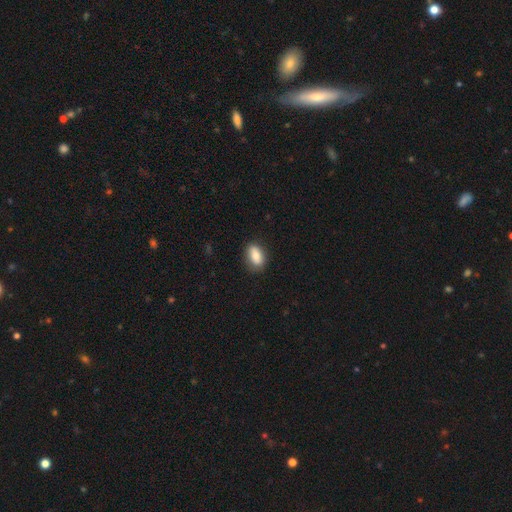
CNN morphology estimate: smooth-or-featured: smooth: 79% | featured or disk: 13% | star or artifact: 7%
  how-rounded: in between: 85% | round: 12% | cigar-shaped: 3%
  merging: none: 81% | minor disturbance: 15% | major disturbance: 3% | merger: 1%